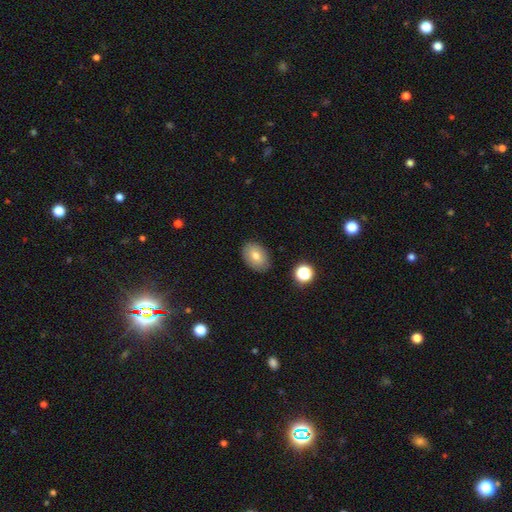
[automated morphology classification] Q: Smooth or featured?
A: smooth (77%); runner-up: featured or disk (14%)
Q: How rounded?
A: in between (83%); runner-up: round (16%)
Q: Merging?
A: none (86%); runner-up: minor disturbance (10%)